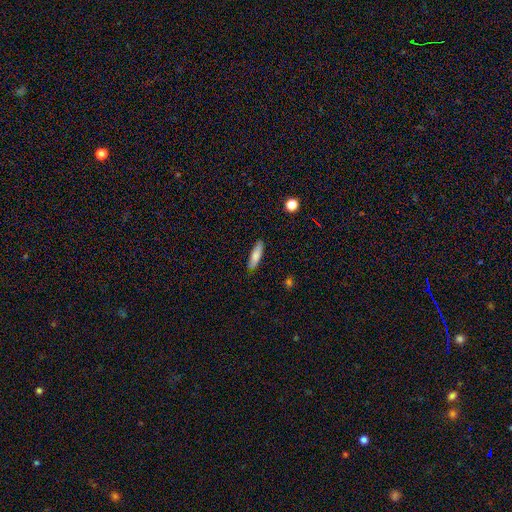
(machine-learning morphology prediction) This appears to be a smooth galaxy with no disk features (79%) that is cigar-shaped (69%). Merging: none (87%).